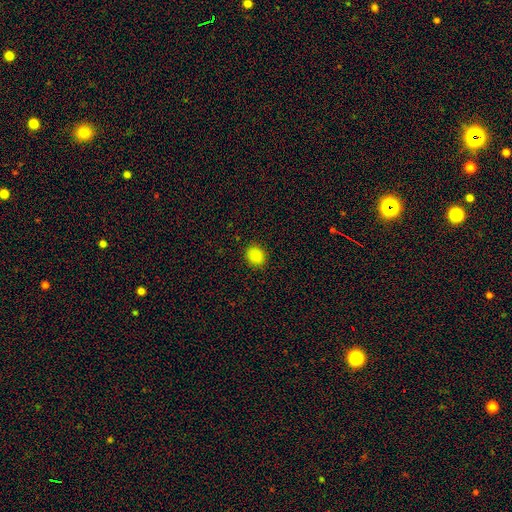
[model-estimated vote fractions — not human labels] A smooth galaxy with no disk features (86%) that is round (69%). Merging: none (90%).